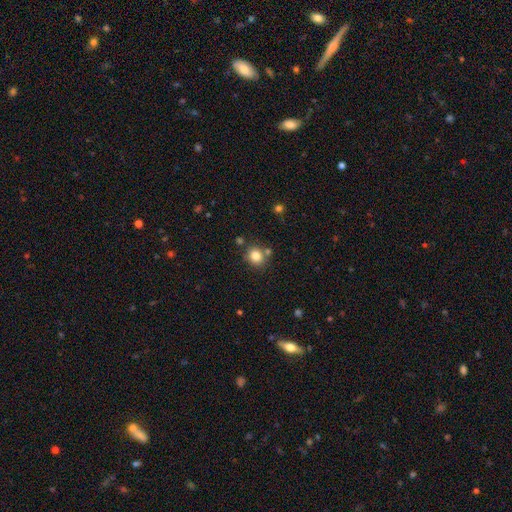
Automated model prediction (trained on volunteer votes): Smooth or featured?
  - smooth: 81% *
  - star or artifact: 11%
  - featured or disk: 7%
How rounded?
  - round: 79% *
  - in between: 20%
  - cigar-shaped: 1%
Merging?
  - none: 74% *
  - merger: 12%
  - minor disturbance: 11%
  - major disturbance: 3%